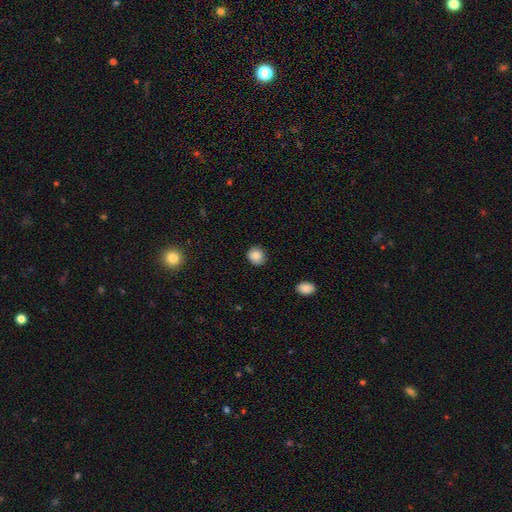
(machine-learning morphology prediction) A smooth galaxy with no disk features (86%) that is round (82%). Merging: none (87%).